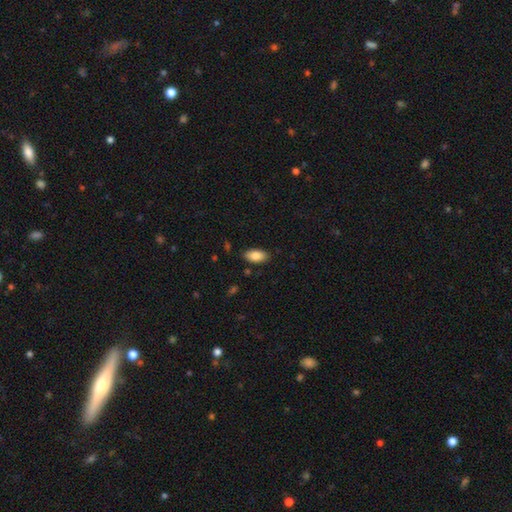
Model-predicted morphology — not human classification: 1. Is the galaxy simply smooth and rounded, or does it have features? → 86% smooth, 7% featured or disk, 7% star or artifact.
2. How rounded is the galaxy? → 93% in between, 5% cigar-shaped, 2% round.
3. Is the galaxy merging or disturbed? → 85% none, 11% minor disturbance, 2% major disturbance, 1% merger.